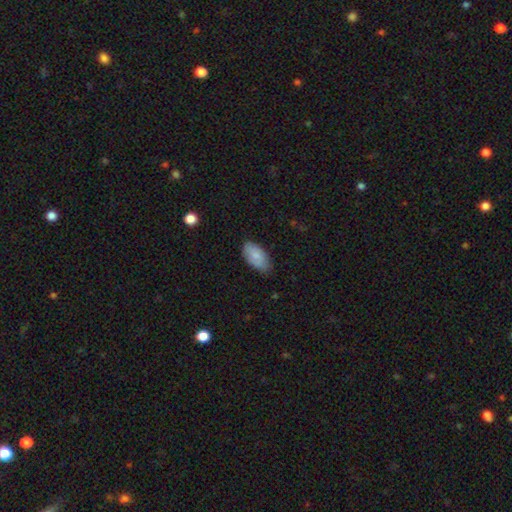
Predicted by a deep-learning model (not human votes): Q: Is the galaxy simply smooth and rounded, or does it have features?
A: smooth — 82%.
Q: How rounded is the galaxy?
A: in between — 95%.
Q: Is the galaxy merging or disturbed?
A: none — 74%.